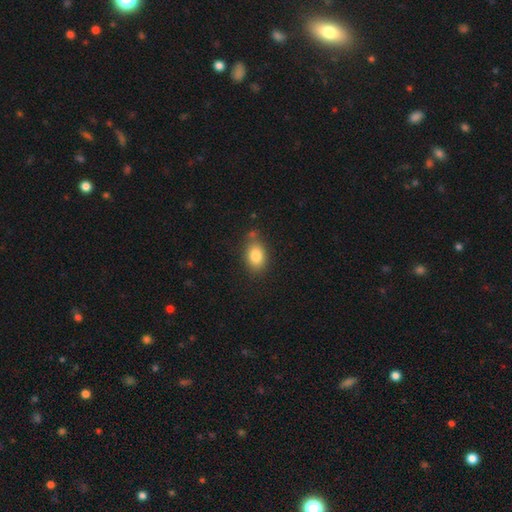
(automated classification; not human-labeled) Overall: smooth (84%). How rounded: in between (80%). Merging: none (73%).